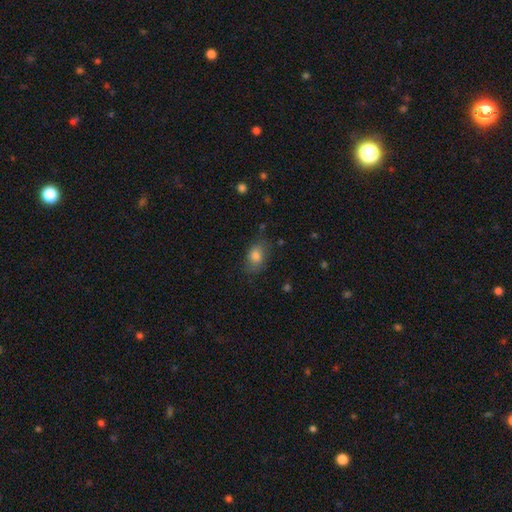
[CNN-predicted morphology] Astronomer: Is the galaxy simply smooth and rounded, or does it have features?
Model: smooth — 81%.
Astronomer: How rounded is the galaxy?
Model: in between — 83%.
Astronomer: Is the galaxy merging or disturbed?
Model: none — 70%.